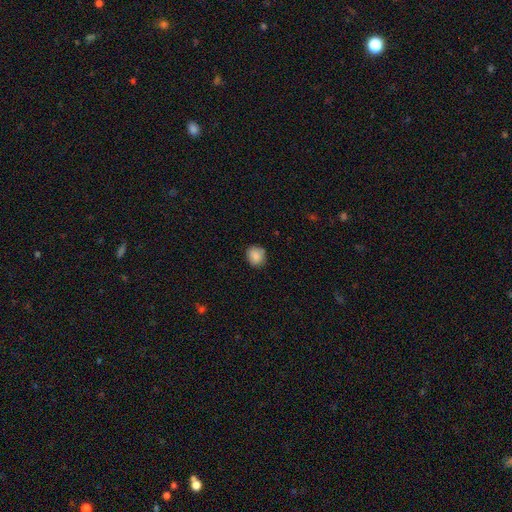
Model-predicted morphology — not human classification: A smooth galaxy with no disk features (87%) that is round (78%).

Vote fractions:
- Smooth or featured? smooth: 87% / star or artifact: 8% / featured or disk: 5%
- How rounded? round: 78% / in between: 21% / cigar-shaped: 1%
- Merging? none: 80% / minor disturbance: 16% / major disturbance: 3% / merger: 1%